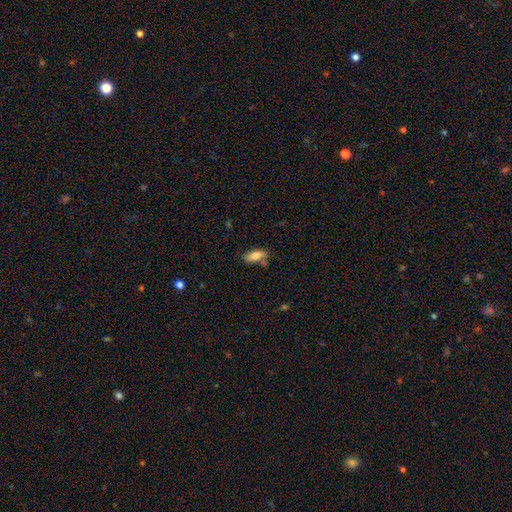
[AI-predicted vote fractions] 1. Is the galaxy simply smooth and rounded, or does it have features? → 76% smooth, 17% featured or disk, 7% star or artifact.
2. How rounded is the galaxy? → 76% in between, 22% cigar-shaped, 3% round.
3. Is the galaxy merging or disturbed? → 70% none, 18% minor disturbance, 9% merger, 4% major disturbance.